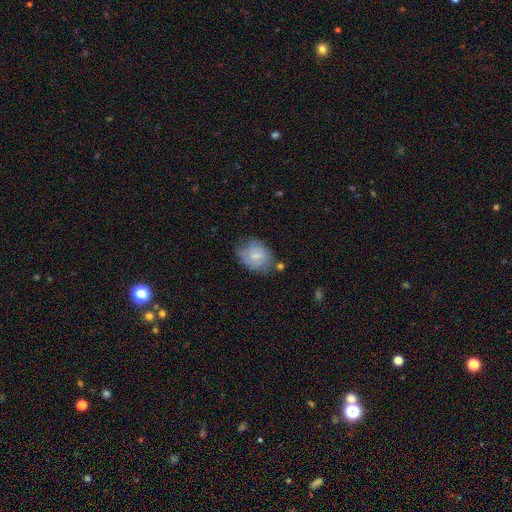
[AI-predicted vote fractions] This appears to be a smooth galaxy with no disk features (61%) that is in between round and cigar-shaped (61%). Merging: none (54%).